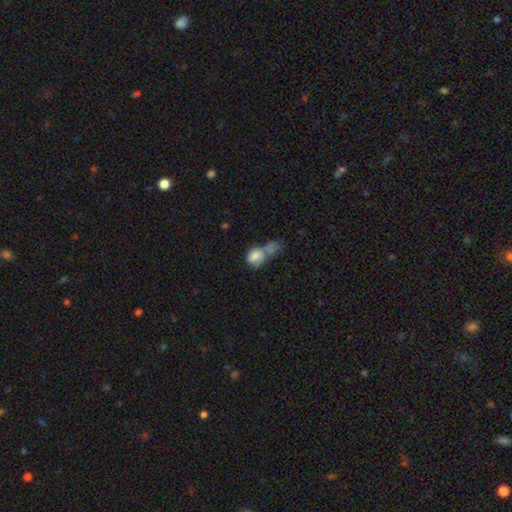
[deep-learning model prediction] A smooth galaxy with no disk features (76%) that is in between round and cigar-shaped (68%). Merging: merger (60%).